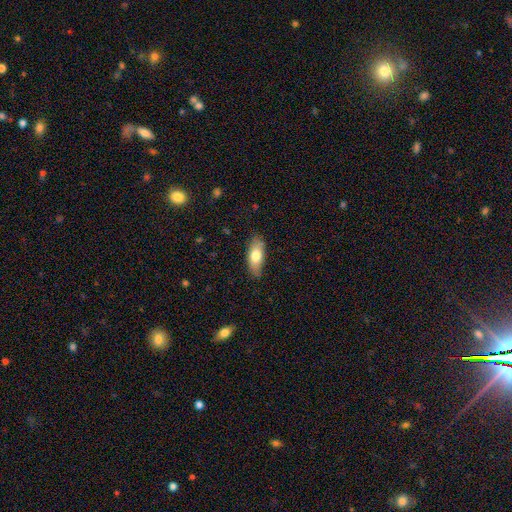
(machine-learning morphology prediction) type=smooth (73%); roundness=in between (77%); merging=none (80%).